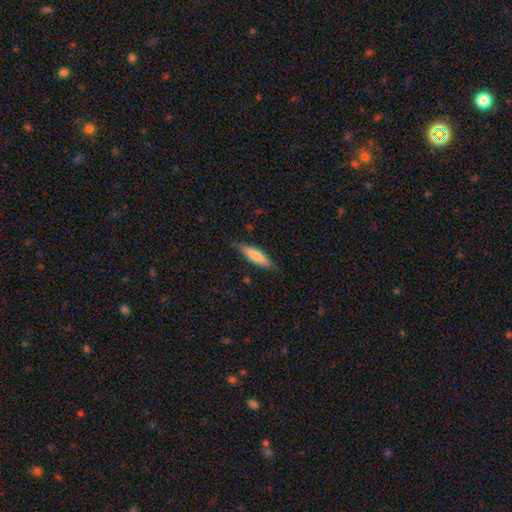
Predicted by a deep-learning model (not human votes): Smooth or featured? Predicted: smooth (p=0.75). How rounded? Predicted: cigar-shaped (p=0.68). Merging? Predicted: none (p=0.81).